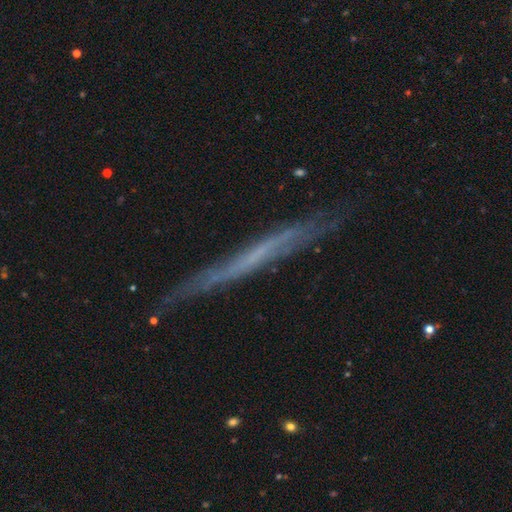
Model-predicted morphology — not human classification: Smooth or featured?
  - featured or disk: 62% *
  - smooth: 29%
  - star or artifact: 9%
Edge-on disk?
  - yes: 91% *
  - no: 9%
Edge-on bulge?
  - none: 89% *
  - rounded: 6%
  - boxy: 5%
Merging?
  - none: 78% *
  - minor disturbance: 16%
  - major disturbance: 4%
  - merger: 2%